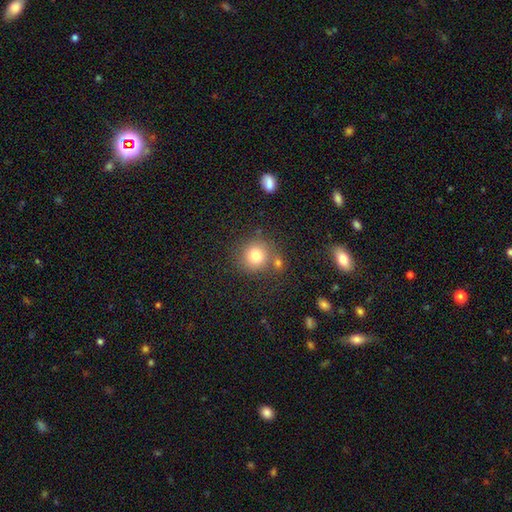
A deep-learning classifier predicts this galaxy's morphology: Smooth or featured: smooth — 79% (star or artifact — 12%)
How rounded: round — 89% (in between — 10%)
Merging: none — 67% (merger — 16%)